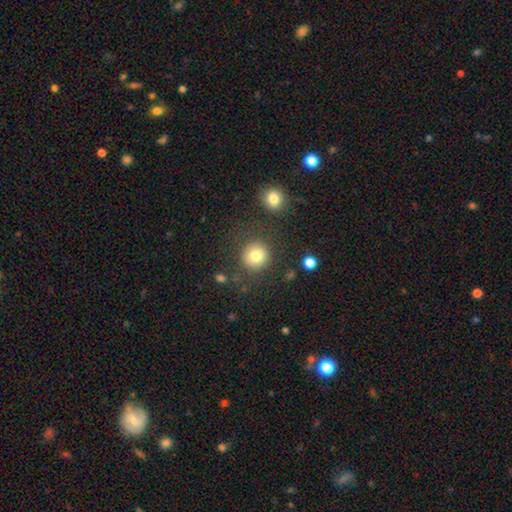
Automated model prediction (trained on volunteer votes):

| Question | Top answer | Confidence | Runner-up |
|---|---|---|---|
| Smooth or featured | smooth | 81% | star or artifact (11%) |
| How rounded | round | 92% | in between (8%) |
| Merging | none | 81% | minor disturbance (9%) |